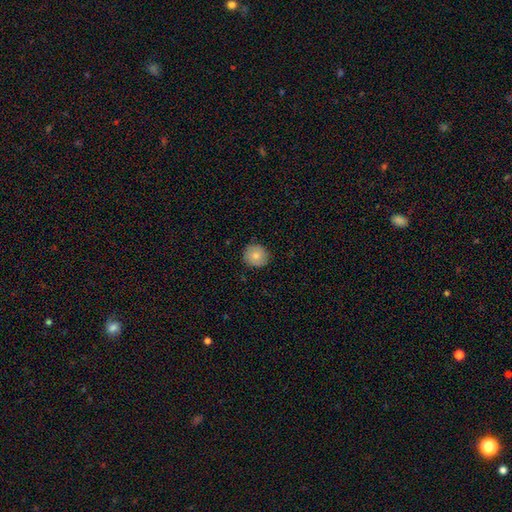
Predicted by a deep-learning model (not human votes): A smooth galaxy with no disk features (79%) that is round (90%). Merging: none (87%).